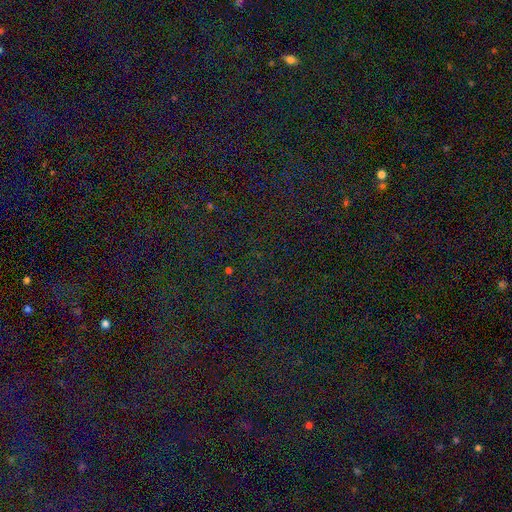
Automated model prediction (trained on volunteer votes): smooth-or-featured: star or artifact: 81% | smooth: 12% | featured or disk: 7%